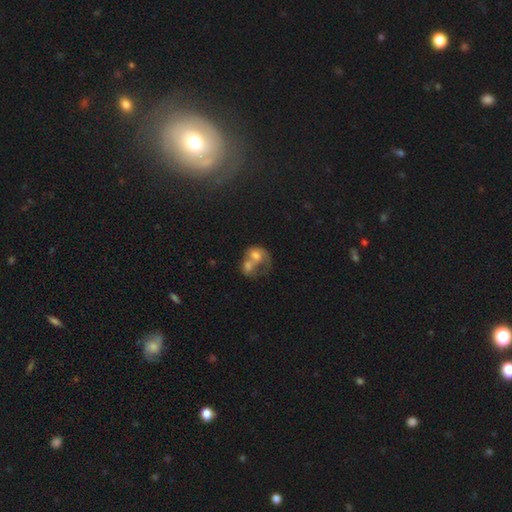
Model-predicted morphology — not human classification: smooth_or_featured: smooth (p=0.53) [alt: featured or disk p=0.38]
how_rounded: in between (p=0.59) [alt: round p=0.39]
merging: merger (p=0.78) [alt: major disturbance p=0.09]